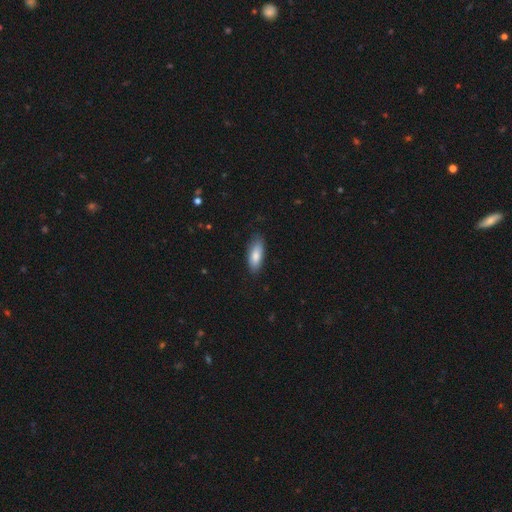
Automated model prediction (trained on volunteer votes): A smooth galaxy with no disk features (81%) that is in between round and cigar-shaped (74%).

Vote fractions:
- Smooth or featured? smooth: 81% / featured or disk: 13% / star or artifact: 6%
- How rounded? in between: 74% / cigar-shaped: 24% / round: 2%
- Merging? none: 79% / minor disturbance: 17% / major disturbance: 3% / merger: 1%